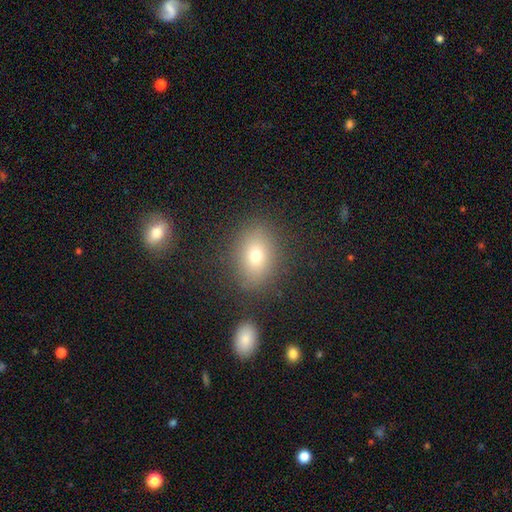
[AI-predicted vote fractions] A smooth galaxy with no disk features (73%) that is in between round and cigar-shaped (67%). Merging: none (82%).